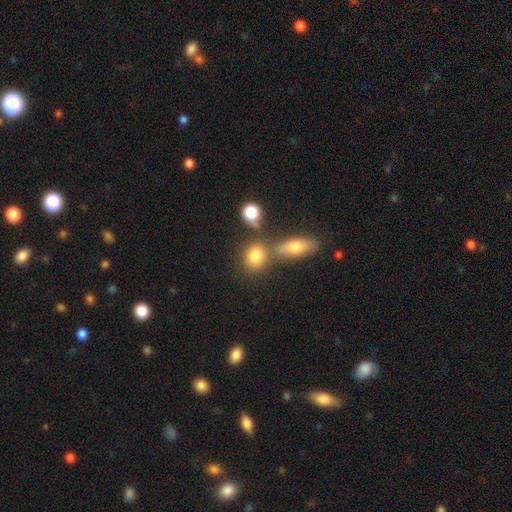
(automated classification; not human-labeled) This is likely a smooth galaxy (79%). How rounded: possibly round (50%). Merging: possibly none (57%).